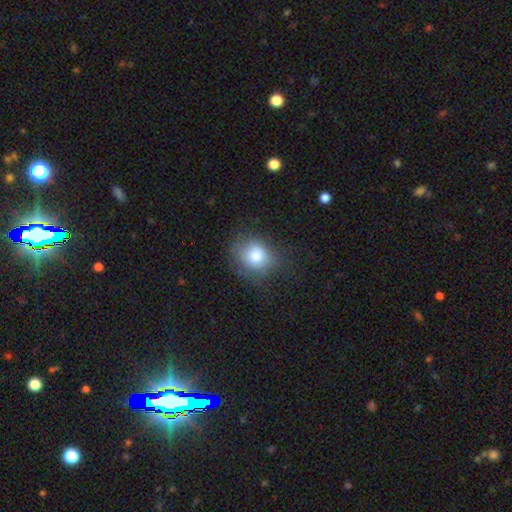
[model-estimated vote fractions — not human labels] This is likely a smooth galaxy (79%). How rounded: likely round (64%). Merging: likely none (68%).